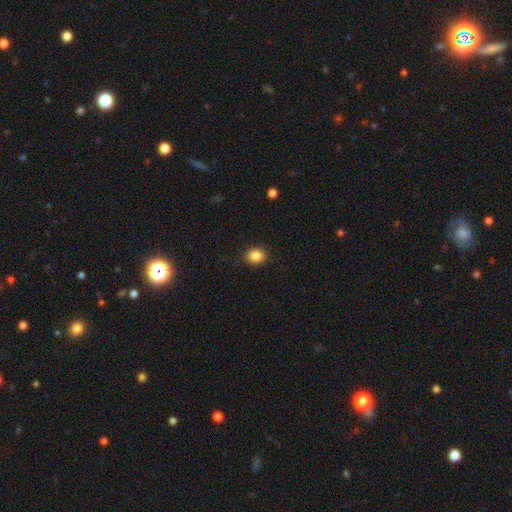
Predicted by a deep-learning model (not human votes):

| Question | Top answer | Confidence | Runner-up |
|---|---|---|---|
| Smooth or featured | smooth | 86% | star or artifact (10%) |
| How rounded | round | 66% | in between (33%) |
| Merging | none | 89% | minor disturbance (8%) |